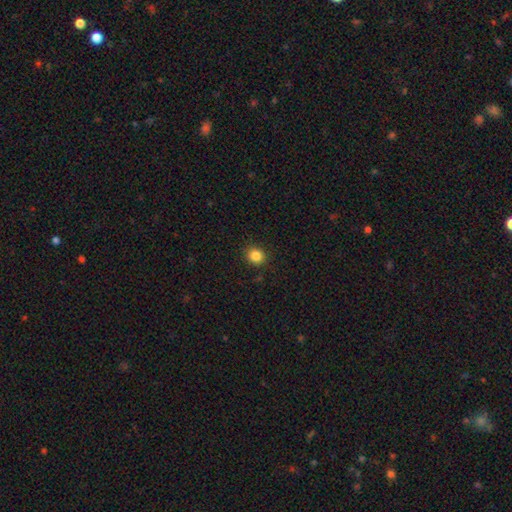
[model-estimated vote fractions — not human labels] Overall: smooth (85%). How rounded: round (83%). Merging: none (90%).